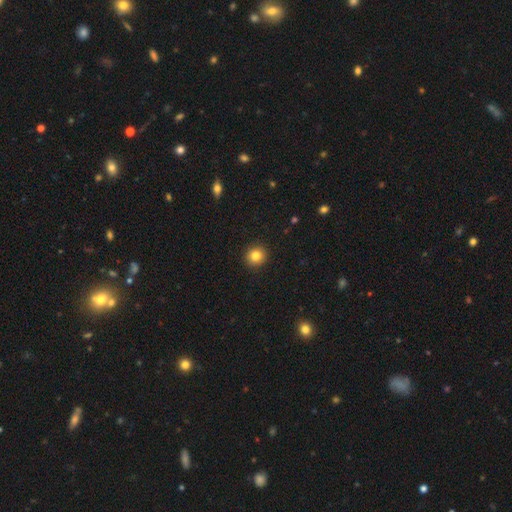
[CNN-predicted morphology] smooth_or_featured: smooth (p=0.83) [alt: star or artifact p=0.11]
how_rounded: round (p=0.90) [alt: in between p=0.09]
merging: none (p=0.93) [alt: minor disturbance p=0.05]